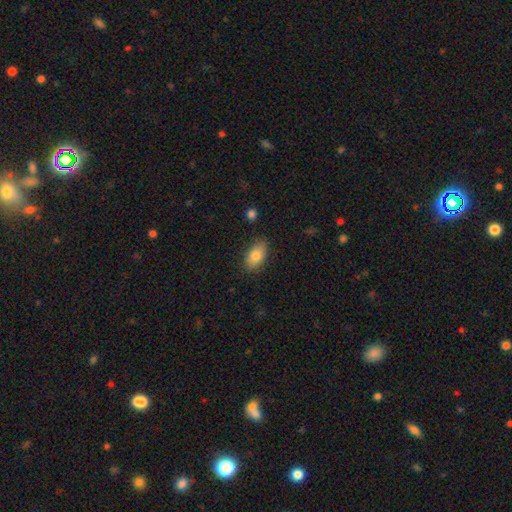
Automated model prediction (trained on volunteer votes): The model was most divided on "merging": none: 82%, minor disturbance: 14%, major disturbance: 3%, merger: 2%. More confident: how rounded — in between (91%); smooth or featured — smooth (82%).